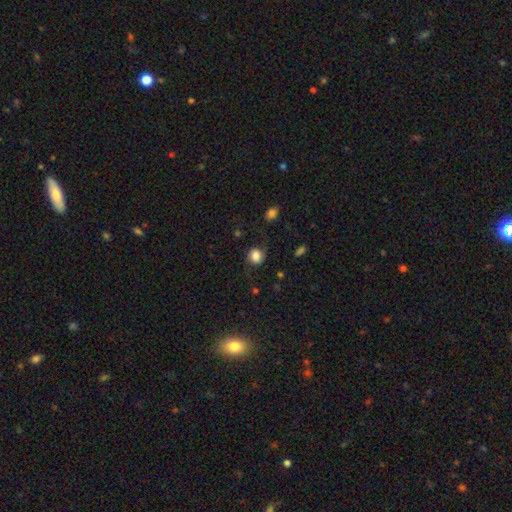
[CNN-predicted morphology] Q: Smooth or featured?
A: smooth (72%); runner-up: featured or disk (18%)
Q: How rounded?
A: round (82%); runner-up: in between (18%)
Q: Merging?
A: none (69%); runner-up: minor disturbance (19%)